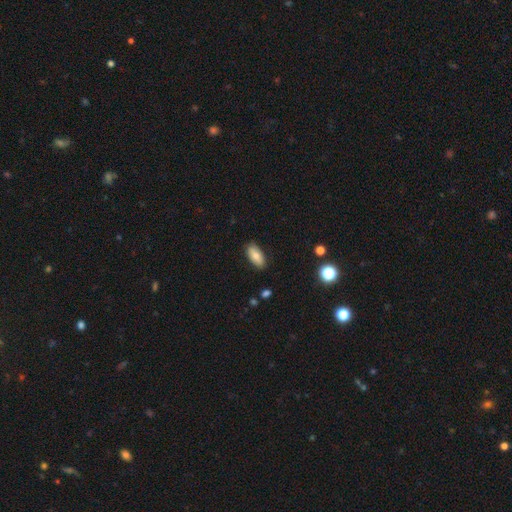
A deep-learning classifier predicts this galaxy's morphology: Smooth or featured?
  - smooth: 75% *
  - featured or disk: 18%
  - star or artifact: 7%
How rounded?
  - in between: 90% *
  - cigar-shaped: 7%
  - round: 3%
Merging?
  - none: 86% *
  - minor disturbance: 11%
  - major disturbance: 2%
  - merger: 1%